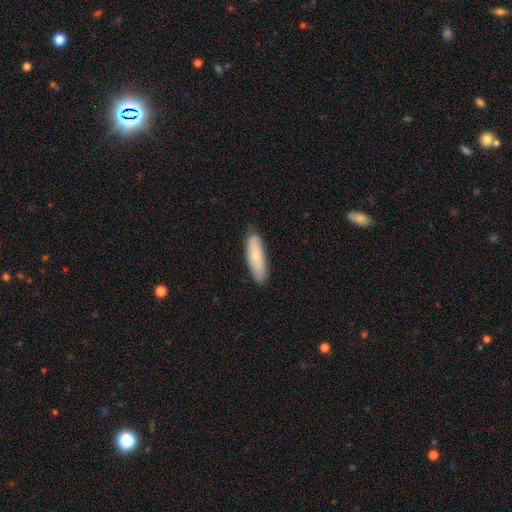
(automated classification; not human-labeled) Smooth or featured?
  - smooth: 71% *
  - featured or disk: 23%
  - star or artifact: 6%
How rounded?
  - cigar-shaped: 58% *
  - in between: 40%
  - round: 2%
Merging?
  - none: 83% *
  - minor disturbance: 14%
  - major disturbance: 2%
  - merger: 1%